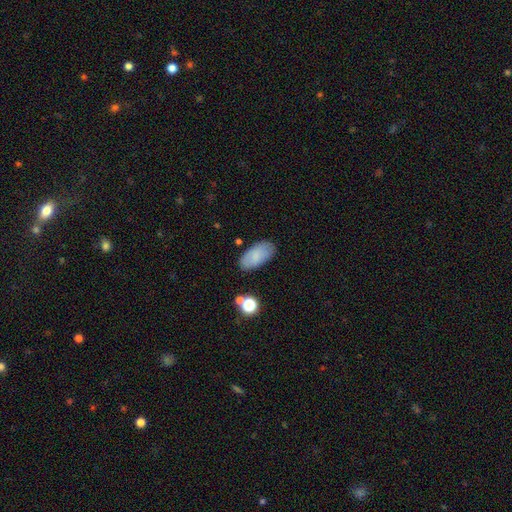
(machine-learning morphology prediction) The model was most divided on "merging": none: 81%, minor disturbance: 13%, major disturbance: 3%, merger: 2%. More confident: how rounded — in between (94%); smooth or featured — smooth (80%).